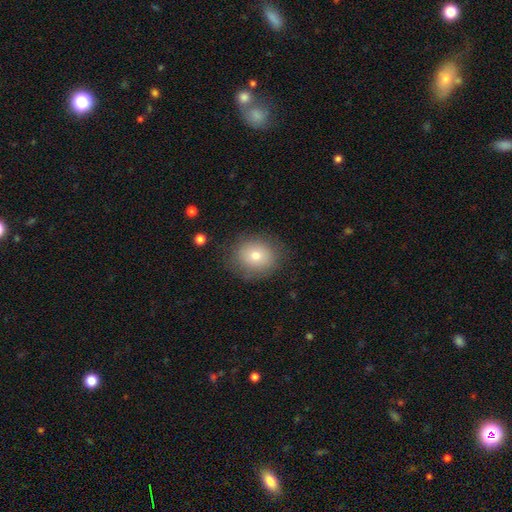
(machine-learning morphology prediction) This appears to be a smooth galaxy with no disk features (74%) that is round (72%). Merging: none (81%).